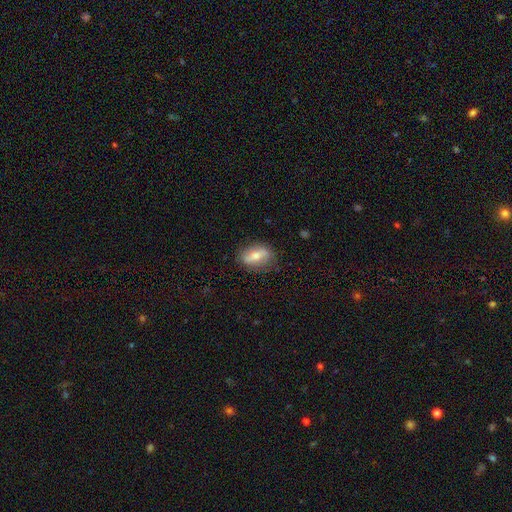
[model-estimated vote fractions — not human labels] The model was most divided on "smooth or featured": smooth: 51%, featured or disk: 40%, star or artifact: 8%. More confident: merging — none (78%); how rounded — in between (76%).